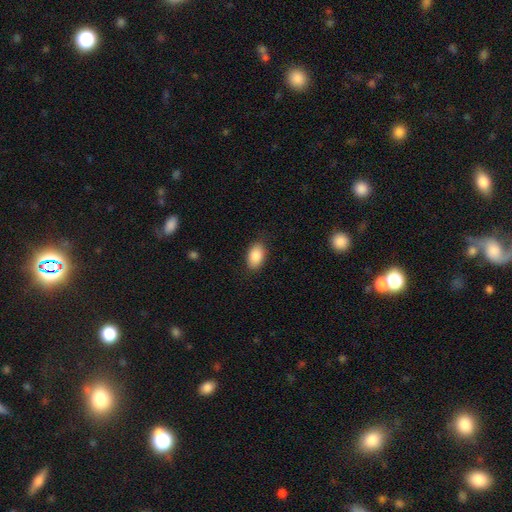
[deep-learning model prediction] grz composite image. It shows a smooth galaxy with no disk features (87%) that is in between round and cigar-shaped (90%). Merging: none (85%).